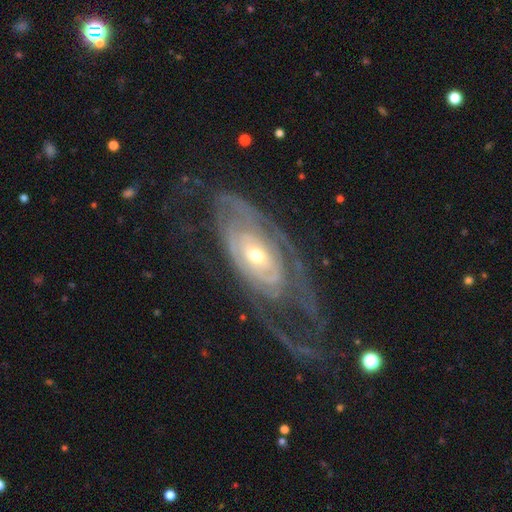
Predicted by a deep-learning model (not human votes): featured or disk 86%, smooth 9%, star or artifact 5%. Down the decision tree: edge-on disk — no (92%); bar — no (70%); spiral arms — yes (86%); spiral arm count — can't tell (41%); spiral winding — tight (64%); bulge size — moderate (49%); merging — none (50%).